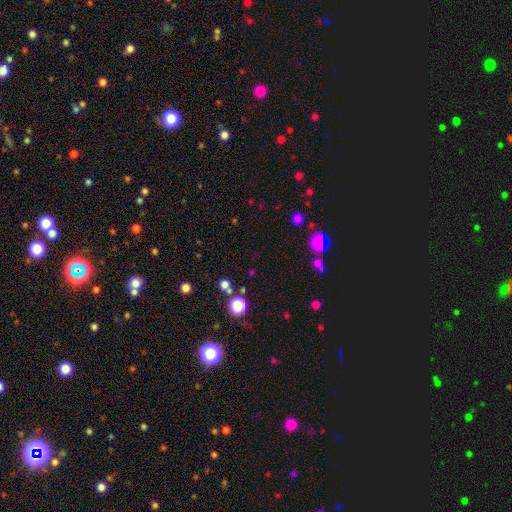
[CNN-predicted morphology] A smooth galaxy with no disk features (50%). Merging: none (77%).